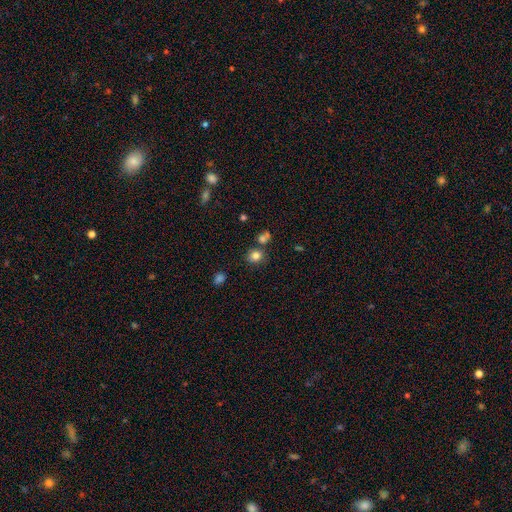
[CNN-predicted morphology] Smooth or featured?
  - smooth: 81% *
  - star or artifact: 12%
  - featured or disk: 6%
How rounded?
  - round: 74% *
  - in between: 25%
  - cigar-shaped: 1%
Merging?
  - none: 72% *
  - merger: 14%
  - minor disturbance: 11%
  - major disturbance: 3%